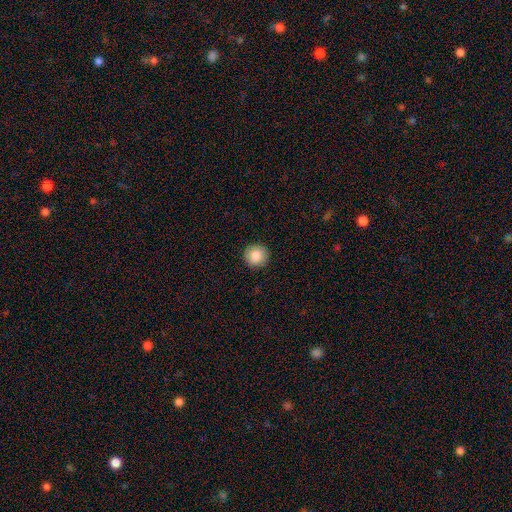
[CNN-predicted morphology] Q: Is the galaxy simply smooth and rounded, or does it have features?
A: smooth — 86%.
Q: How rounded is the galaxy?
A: round — 95%.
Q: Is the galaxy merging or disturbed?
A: none — 92%.